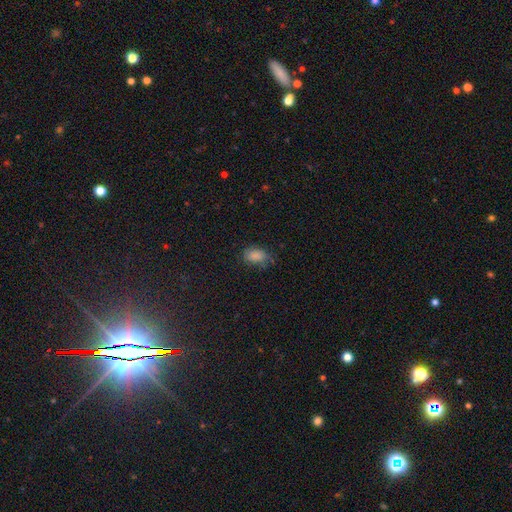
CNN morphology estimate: type=smooth (83%); roundness=in between (85%); merging=none (65%).